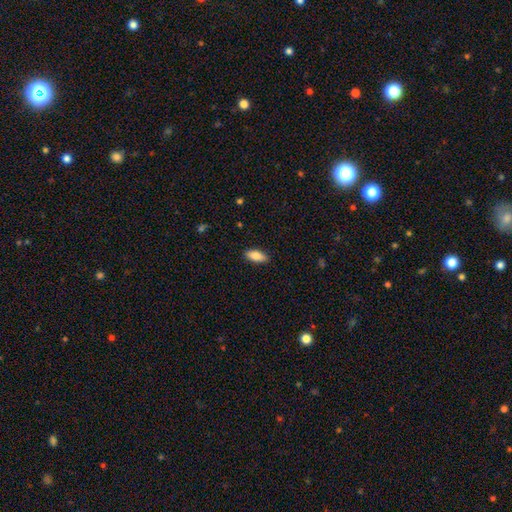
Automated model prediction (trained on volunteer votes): The model was most divided on "how rounded": in between: 86%, cigar-shaped: 12%, round: 2%. More confident: merging — none (89%); smooth or featured — smooth (85%).